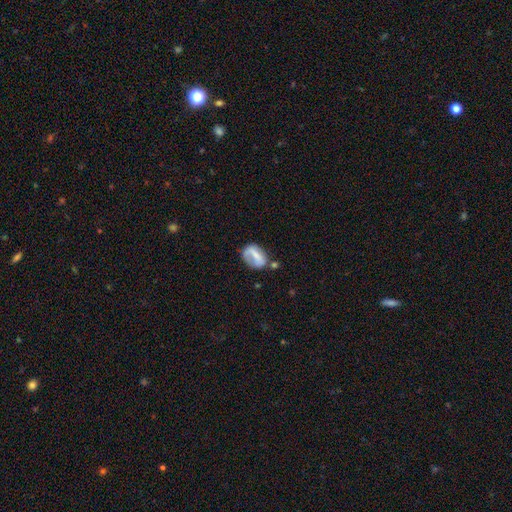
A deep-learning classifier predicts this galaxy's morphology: A smooth galaxy with no disk features (54%) that is in between round and cigar-shaped (73%). Merging: none (43%).